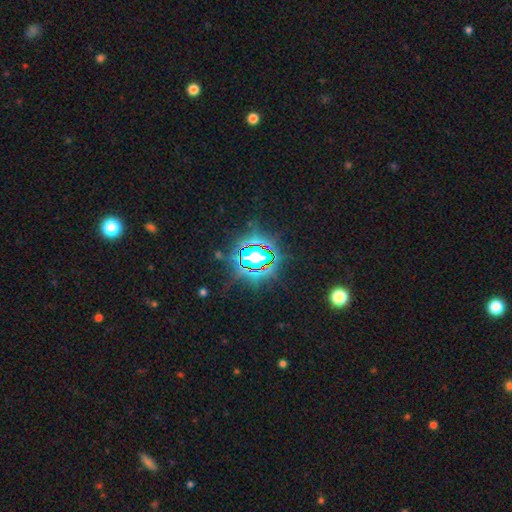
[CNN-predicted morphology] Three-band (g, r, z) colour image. It shows a star or artifact, not a galaxy (77%).